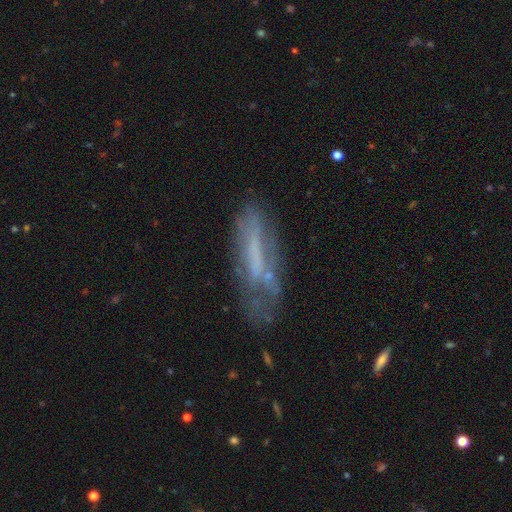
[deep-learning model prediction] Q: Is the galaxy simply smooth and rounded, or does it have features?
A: featured or disk — 51%.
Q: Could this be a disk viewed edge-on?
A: no — 62%.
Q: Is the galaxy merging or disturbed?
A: none — 50%.